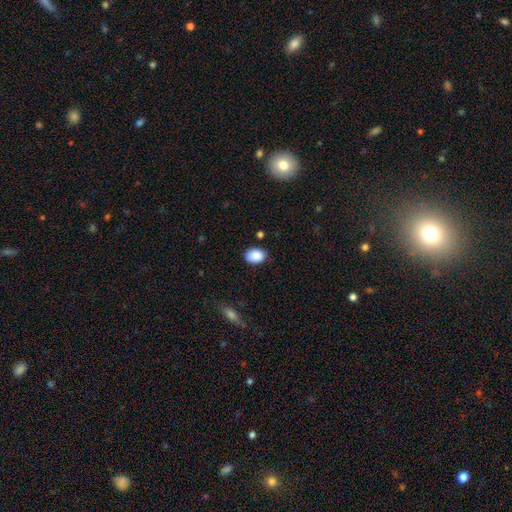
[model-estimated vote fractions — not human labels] Morphology: type=smooth (89%); roundness=in between (76%); merging=none (83%).